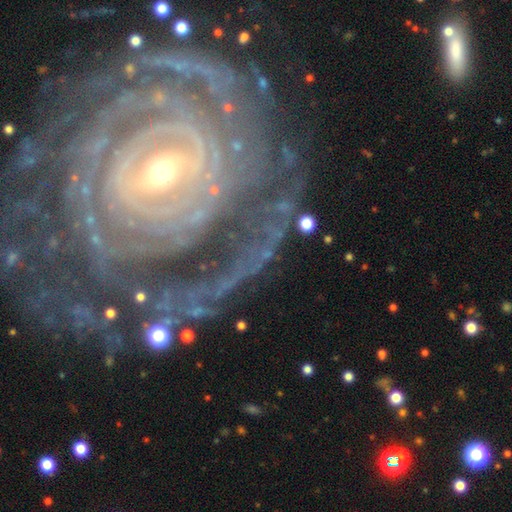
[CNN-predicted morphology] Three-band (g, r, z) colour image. It shows a featured or disk galaxy (84%) with no bar (38%), tight (74%) spiral arms (94%) and a small central bulge (57%). Merging: none (66%).